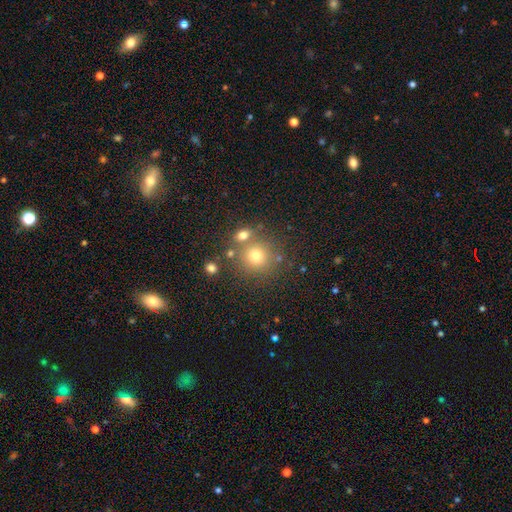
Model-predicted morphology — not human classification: Q: Smooth or featured?
A: smooth (72%); runner-up: star or artifact (17%)
Q: How rounded?
A: round (91%); runner-up: in between (8%)
Q: Merging?
A: none (72%); runner-up: merger (16%)